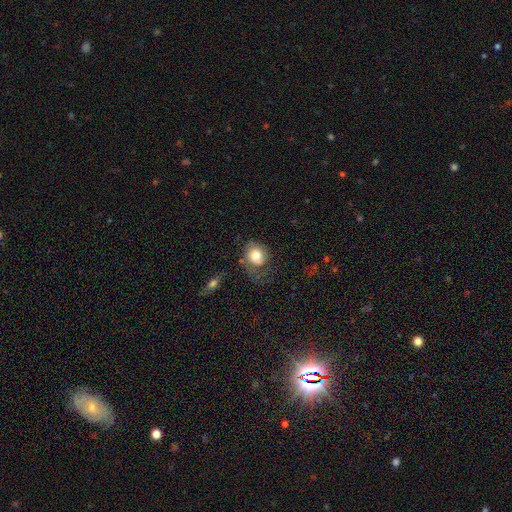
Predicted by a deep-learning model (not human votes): smooth_or_featured: smooth (p=0.73) [alt: featured or disk p=0.19]
how_rounded: round (p=0.59) [alt: in between p=0.40]
merging: none (p=0.39) [alt: major disturbance p=0.31]